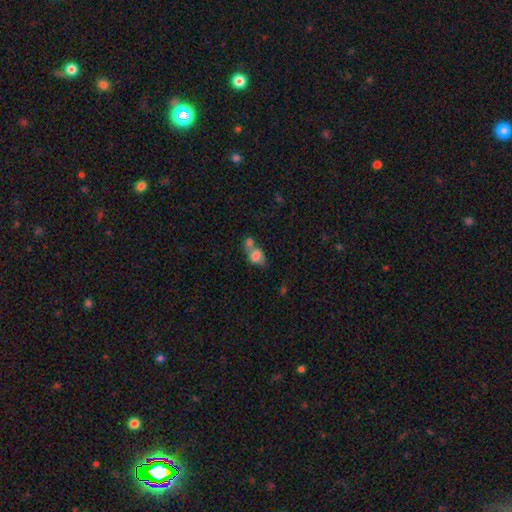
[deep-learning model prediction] smooth 72%, featured or disk 18%, star or artifact 10%. Down the decision tree: how rounded — in between (70%); merging — merger (64%).